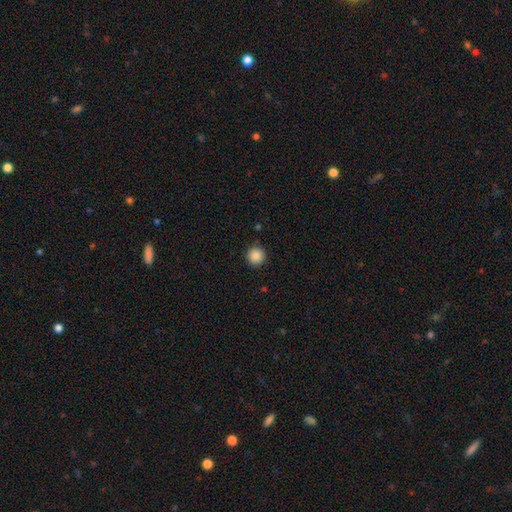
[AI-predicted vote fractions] smooth_or_featured: smooth (p=0.87) [alt: star or artifact p=0.09]
how_rounded: round (p=0.95) [alt: in between p=0.04]
merging: none (p=0.90) [alt: minor disturbance p=0.07]